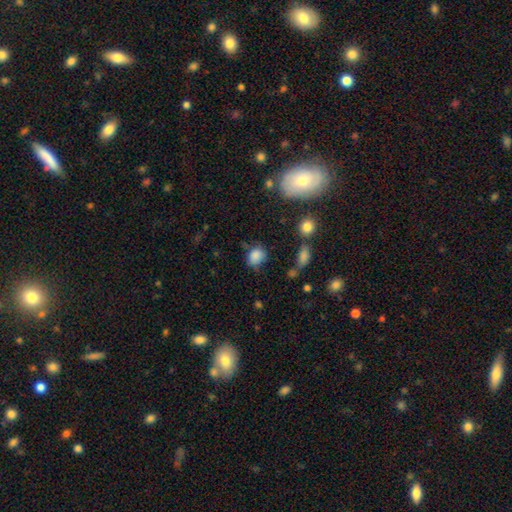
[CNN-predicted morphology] The model was most divided on "how rounded": round: 54%, in between: 44%, cigar-shaped: 1%. More confident: smooth or featured — smooth (83%); merging — none (59%).